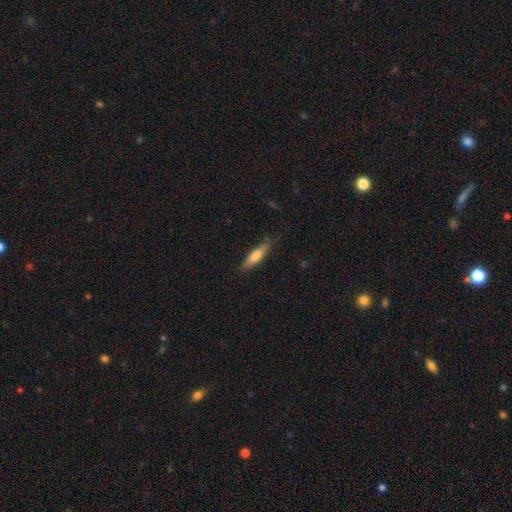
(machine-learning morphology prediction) This is likely a smooth galaxy (69%). How rounded: likely cigar-shaped (67%). Merging: likely none (76%).